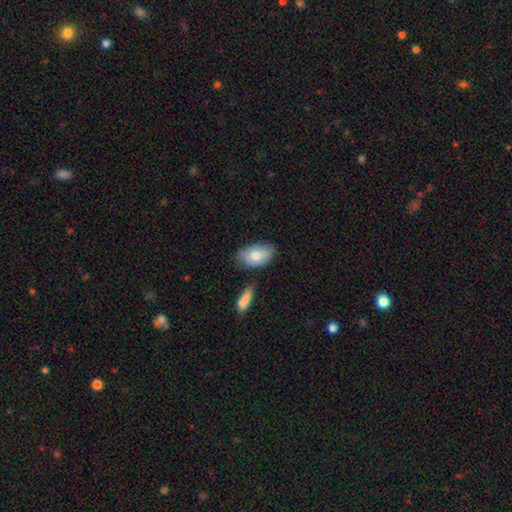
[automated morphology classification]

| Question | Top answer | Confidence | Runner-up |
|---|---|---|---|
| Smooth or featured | smooth | 73% | featured or disk (21%) |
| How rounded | in between | 92% | round (7%) |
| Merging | none | 66% | minor disturbance (23%) |